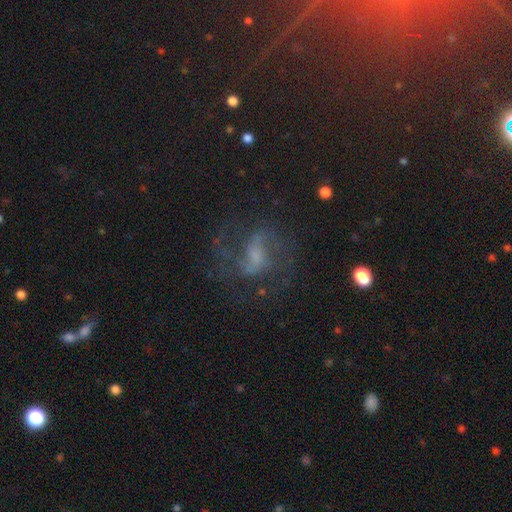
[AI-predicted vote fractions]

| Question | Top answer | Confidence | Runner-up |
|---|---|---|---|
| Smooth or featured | featured or disk | 72% | star or artifact (14%) |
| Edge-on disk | no | 97% | yes (3%) |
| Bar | weak | 49% | no (32%) |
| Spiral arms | yes | 89% | no (11%) |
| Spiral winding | medium | 52% | loose (32%) |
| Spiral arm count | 2 | 76% | can't tell (12%) |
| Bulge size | small | 37% | moderate (29%) |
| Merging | none | 64% | major disturbance (18%) |